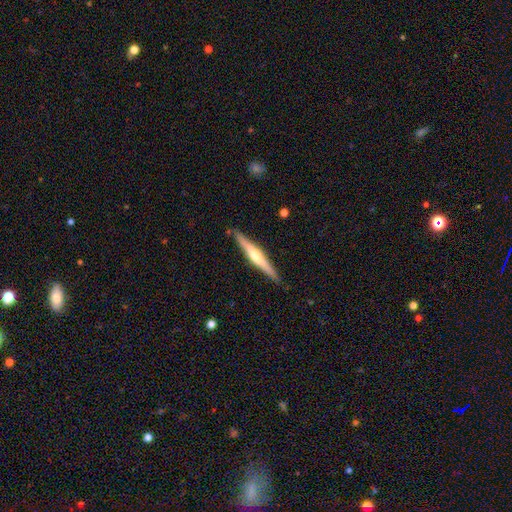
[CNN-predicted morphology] type=featured or disk (64%); edge-on=yes (98%); edge-on bulge=rounded (79%); merging=none (89%).